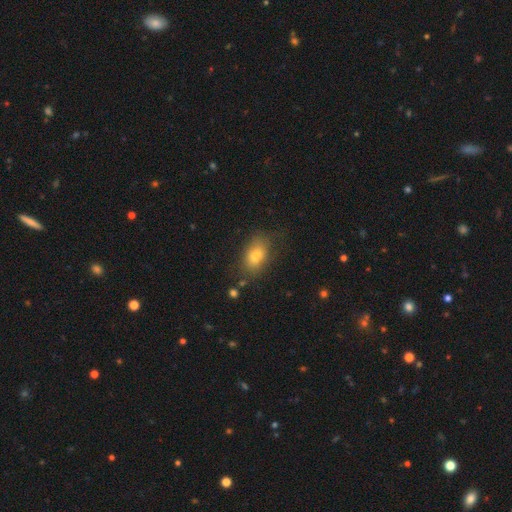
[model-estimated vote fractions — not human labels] Smooth or featured? smooth (78%)
How rounded? in between (86%)
Merging? none (71%)